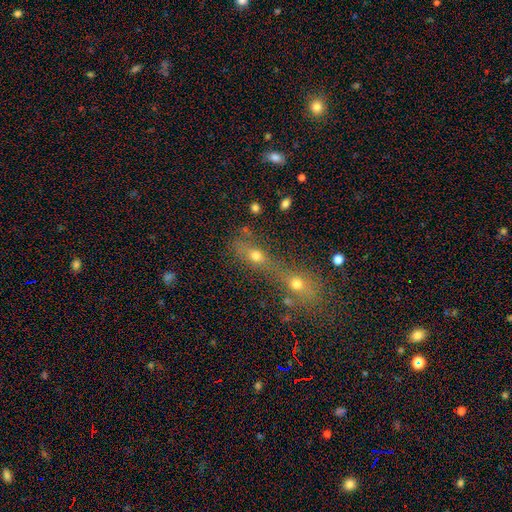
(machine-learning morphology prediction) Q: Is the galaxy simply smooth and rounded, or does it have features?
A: smooth — 65%.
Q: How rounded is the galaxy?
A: in between — 46%.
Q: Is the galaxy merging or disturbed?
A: merger — 54%.